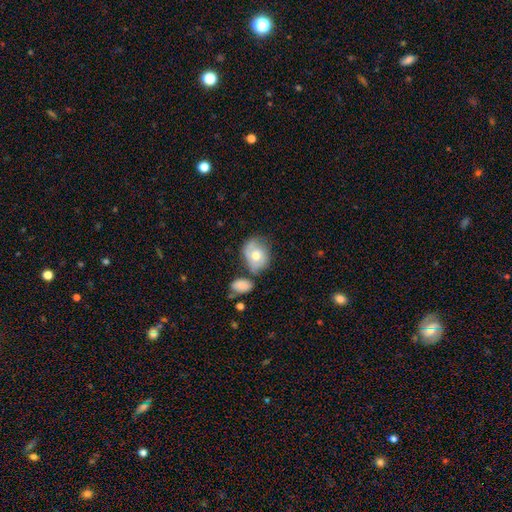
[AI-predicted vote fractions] Smooth or featured: smooth — 55% (featured or disk — 38%)
How rounded: in between — 54% (round — 45%)
Merging: none — 46% (minor disturbance — 27%)